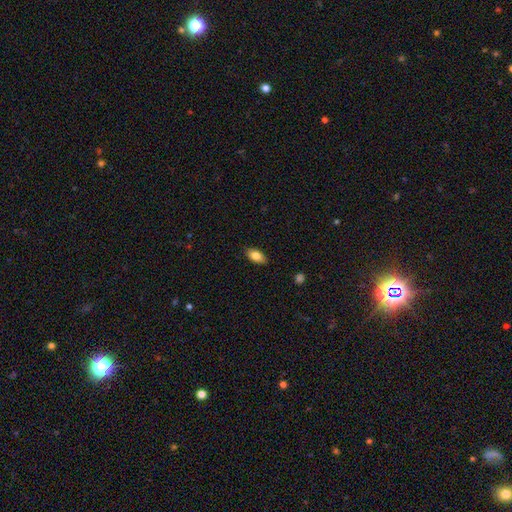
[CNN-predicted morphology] Smooth or featured?
  - smooth: 82% *
  - featured or disk: 11%
  - star or artifact: 7%
How rounded?
  - in between: 90% *
  - round: 5%
  - cigar-shaped: 5%
Merging?
  - none: 86% *
  - minor disturbance: 11%
  - major disturbance: 2%
  - merger: 1%